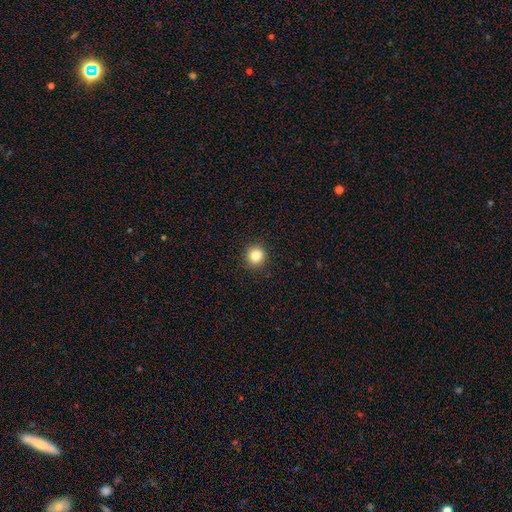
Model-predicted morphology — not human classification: Q: Smooth or featured?
A: smooth (84%); runner-up: star or artifact (11%)
Q: How rounded?
A: round (93%); runner-up: in between (6%)
Q: Merging?
A: none (92%); runner-up: minor disturbance (6%)